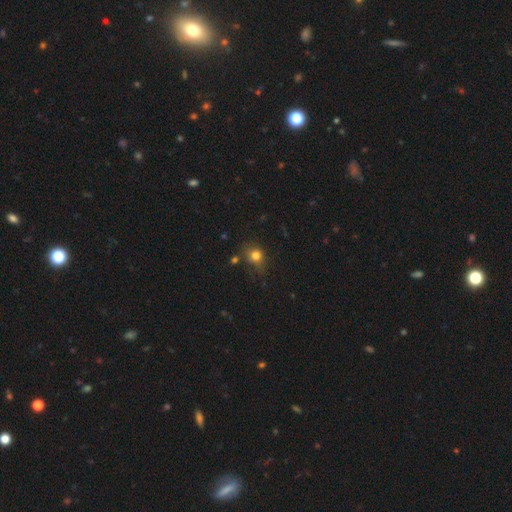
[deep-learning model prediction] Smooth or featured? Predicted: smooth (p=0.78). How rounded? Predicted: round (p=0.73). Merging? Predicted: none (p=0.64).